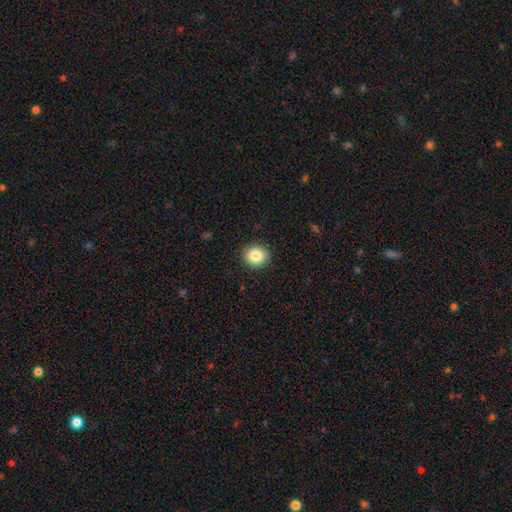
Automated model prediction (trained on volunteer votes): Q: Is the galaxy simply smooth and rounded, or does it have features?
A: smooth — 85%.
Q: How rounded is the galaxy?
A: round — 73%.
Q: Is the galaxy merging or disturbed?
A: none — 90%.